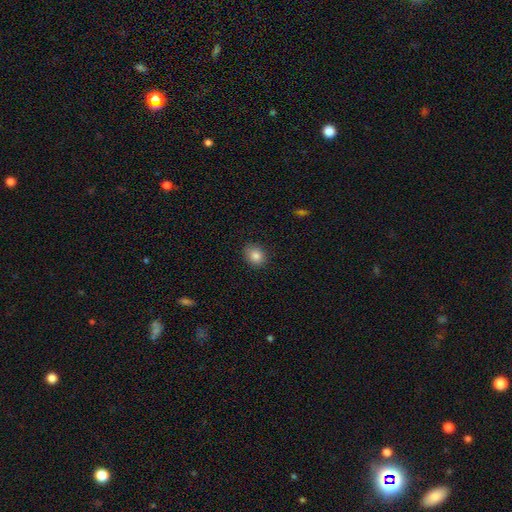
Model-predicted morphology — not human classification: This is clearly a smooth galaxy (83%). How rounded: possibly round (59%). Merging: clearly none (88%).